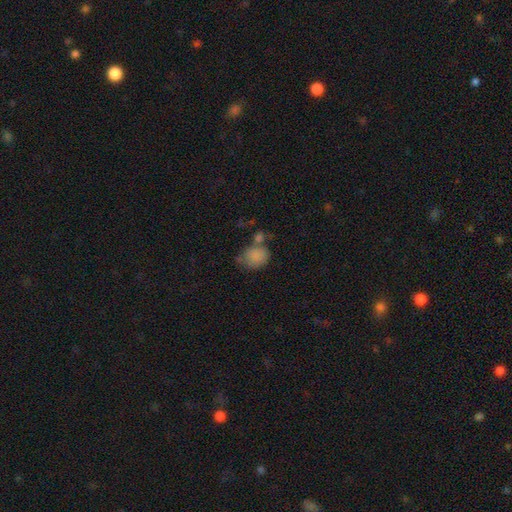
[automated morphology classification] The model was most divided on "how rounded": round: 50%, in between: 49%, cigar-shaped: 1%. Remaining: smooth or featured — smooth (84%); merging — none (42%).